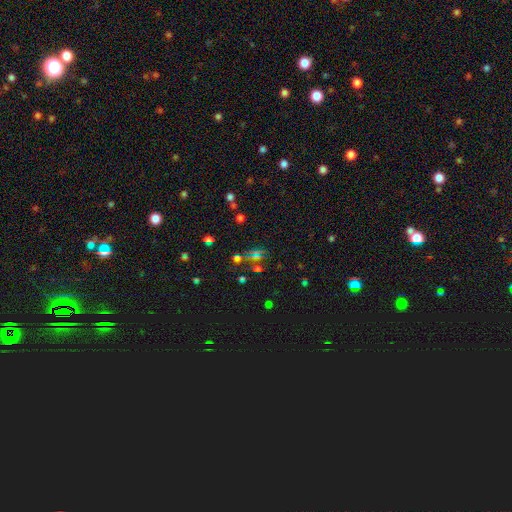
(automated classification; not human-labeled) Overall: star or artifact (61%; smooth 27%).